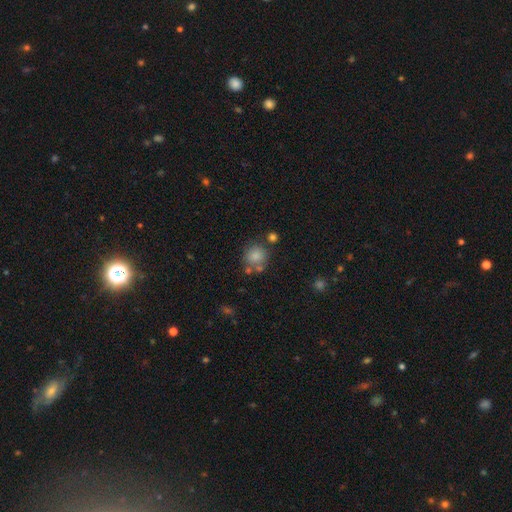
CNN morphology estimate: The model was most divided on "merging": none: 66%, minor disturbance: 14%, merger: 14%, major disturbance: 6%. More confident: how rounded — round (86%); smooth or featured — smooth (82%).